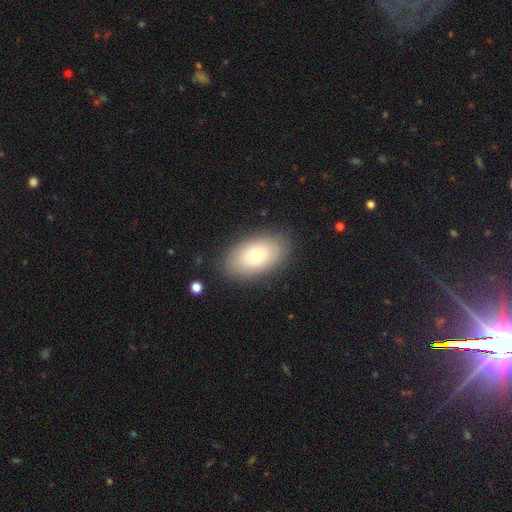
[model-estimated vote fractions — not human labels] A smooth galaxy with no disk features (68%) that is in between round and cigar-shaped (91%). Merging: none (84%).